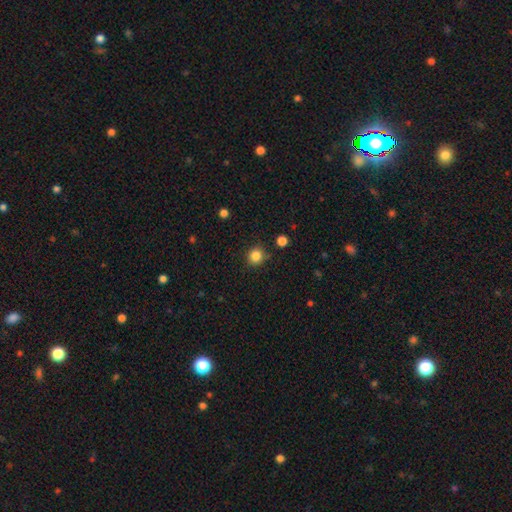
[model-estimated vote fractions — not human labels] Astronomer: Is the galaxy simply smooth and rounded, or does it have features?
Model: smooth — 84%.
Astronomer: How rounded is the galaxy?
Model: round — 89%.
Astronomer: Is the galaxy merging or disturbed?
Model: none — 86%.